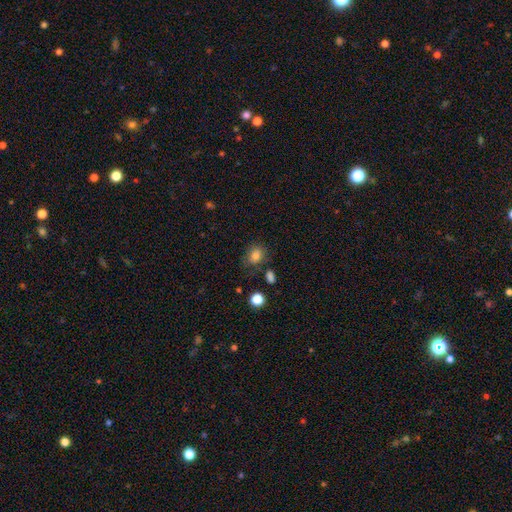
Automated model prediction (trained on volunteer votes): Smooth or featured: smooth — 82% (star or artifact — 11%)
How rounded: in between — 54% (round — 45%)
Merging: none — 69% (minor disturbance — 19%)